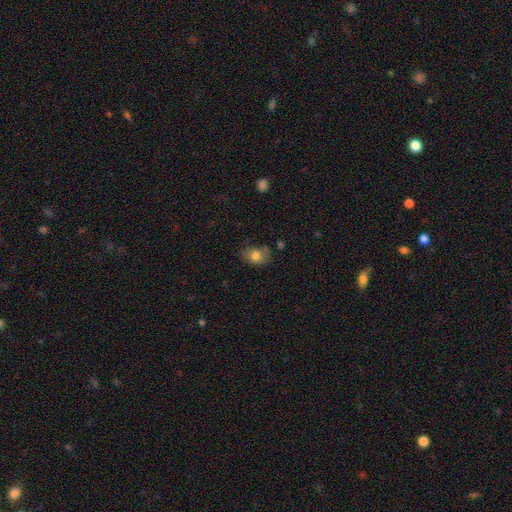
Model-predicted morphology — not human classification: This appears to be a smooth galaxy with no disk features (78%) that is in between round and cigar-shaped (73%). Merging: none (67%).